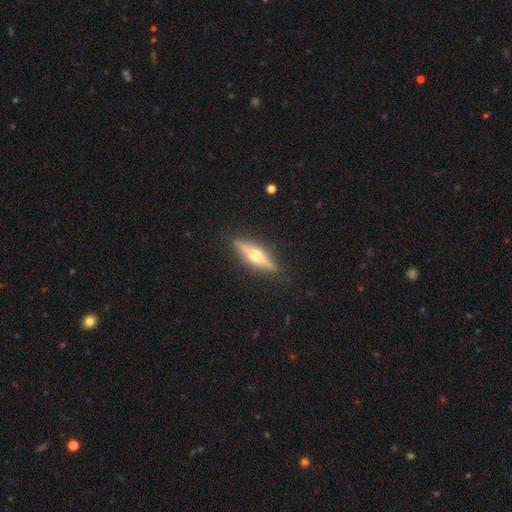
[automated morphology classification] smooth_or_featured: featured or disk (p=0.67) [alt: smooth p=0.27]
disk_edge_on: yes (p=0.96) [alt: no p=0.04]
edge_on_bulge: rounded (p=0.93) [alt: boxy p=0.05]
merging: none (p=0.88) [alt: minor disturbance p=0.09]